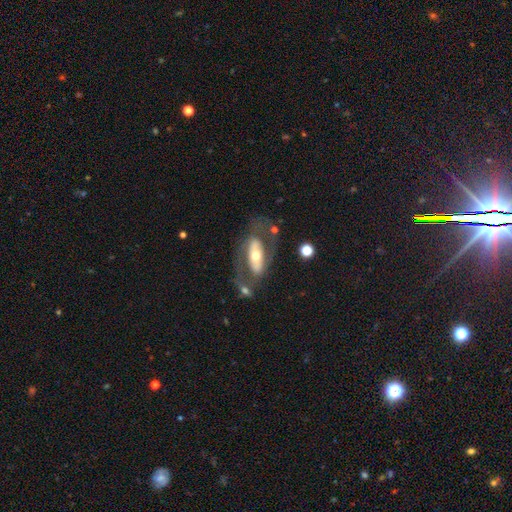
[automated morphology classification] type=featured or disk (67%); edge-on=no (86%); bar=no (44%); spiral arms=yes (54%); bulge=moderate (65%); merging=none (57%).